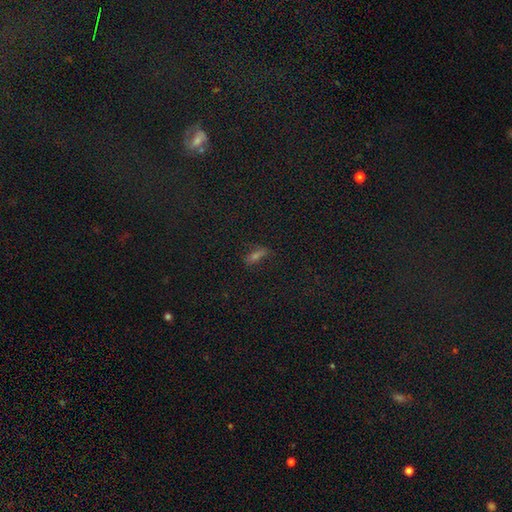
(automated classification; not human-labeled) smooth 42%, star or artifact 36%, featured or disk 22%. Down the decision tree: merging — none (76%).